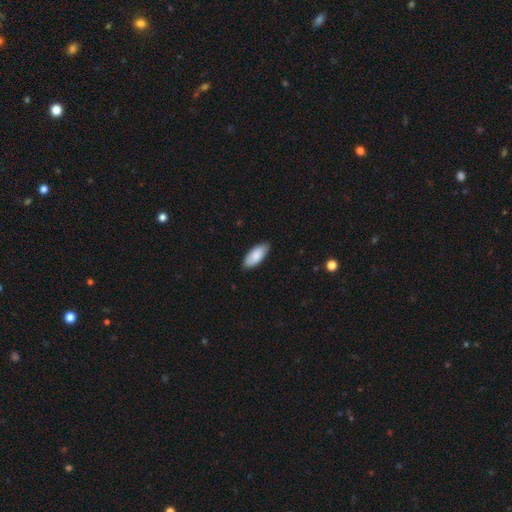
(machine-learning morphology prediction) Q: Smooth or featured?
A: smooth (87%); runner-up: featured or disk (8%)
Q: How rounded?
A: in between (86%); runner-up: cigar-shaped (12%)
Q: Merging?
A: none (87%); runner-up: minor disturbance (11%)